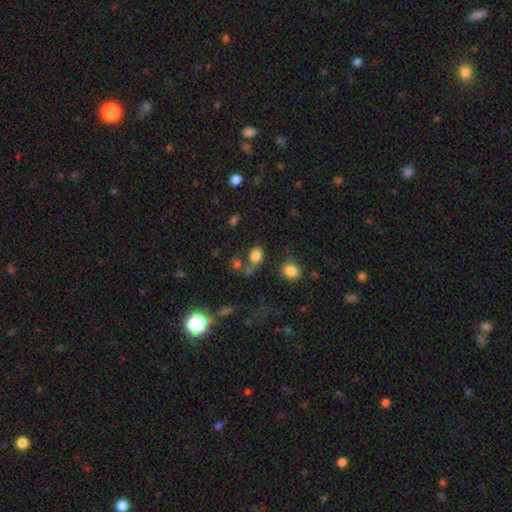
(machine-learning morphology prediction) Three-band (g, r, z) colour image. It shows a smooth galaxy with no disk features (80%) that is in between round and cigar-shaped (64%). Merging: none (61%).